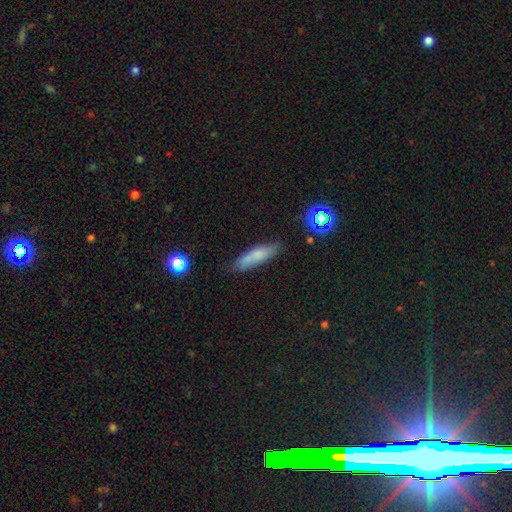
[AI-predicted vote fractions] This appears to be a smooth galaxy with no disk features (72%) that is cigar-shaped (69%). Merging: none (75%).